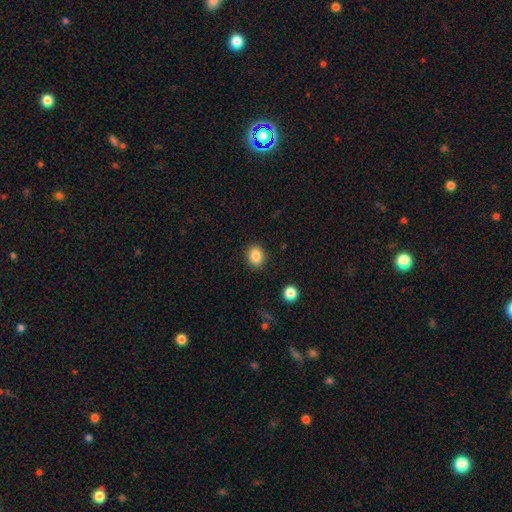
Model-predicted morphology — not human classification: smooth 86%, star or artifact 10%, featured or disk 5%. Down the decision tree: how rounded — round (54%); merging — none (89%).